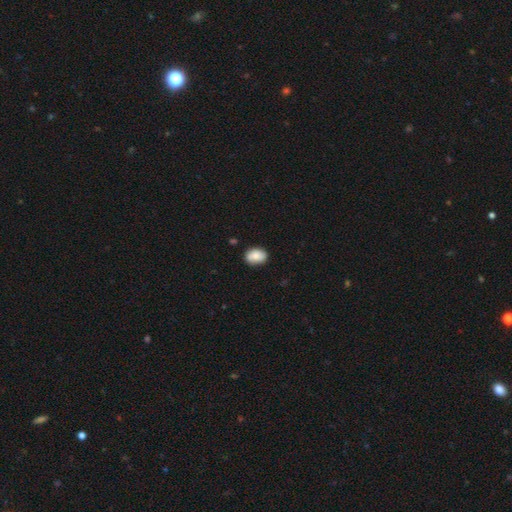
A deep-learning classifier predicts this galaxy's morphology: Smooth or featured? smooth (80%)
How rounded? in between (71%)
Merging? none (78%)